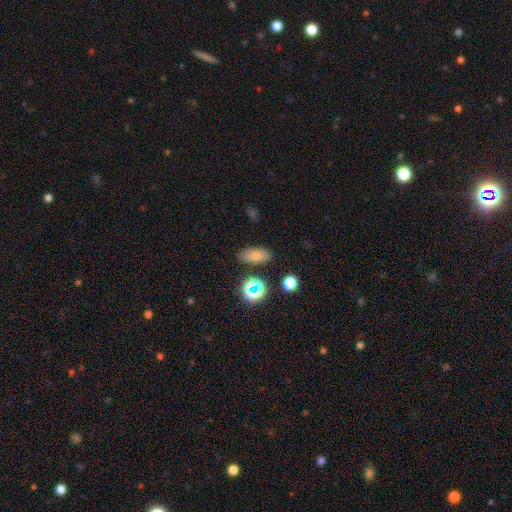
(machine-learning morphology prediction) Smooth or featured? Predicted: smooth (p=0.71). How rounded? Predicted: in between (p=0.83). Merging? Predicted: none (p=0.83).